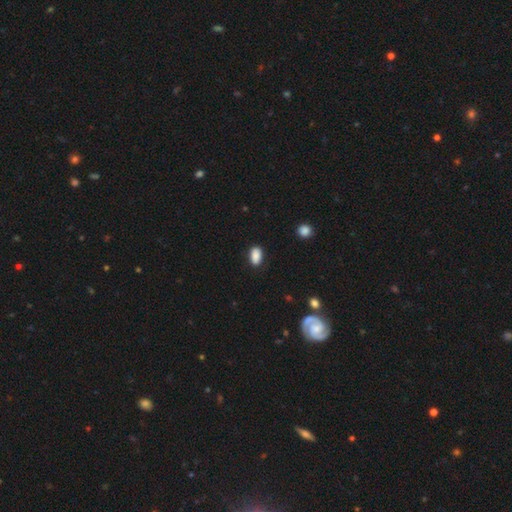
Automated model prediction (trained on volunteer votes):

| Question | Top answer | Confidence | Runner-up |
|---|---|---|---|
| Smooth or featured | smooth | 88% | star or artifact (8%) |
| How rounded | in between | 91% | round (7%) |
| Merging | none | 83% | minor disturbance (13%) |